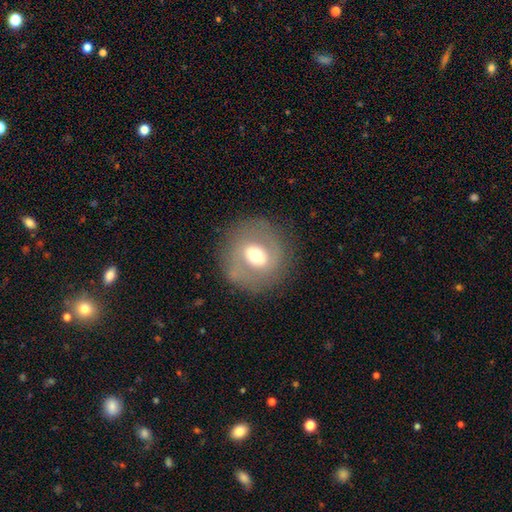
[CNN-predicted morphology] Smooth or featured? featured or disk (46%)
Merging? none (80%)